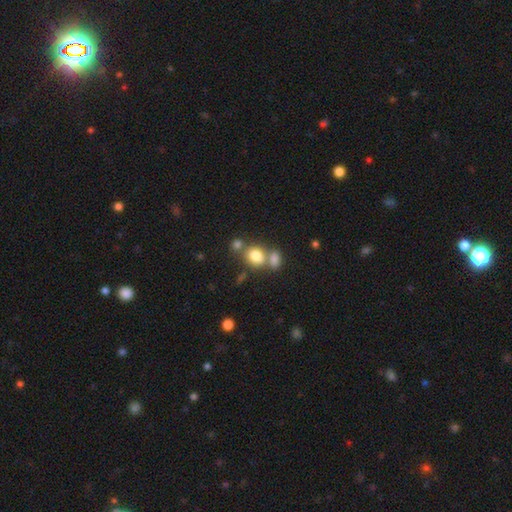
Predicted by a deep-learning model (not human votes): Smooth or featured? Predicted: smooth (p=0.79). How rounded? Predicted: round (p=0.57). Merging? Predicted: none (p=0.45).